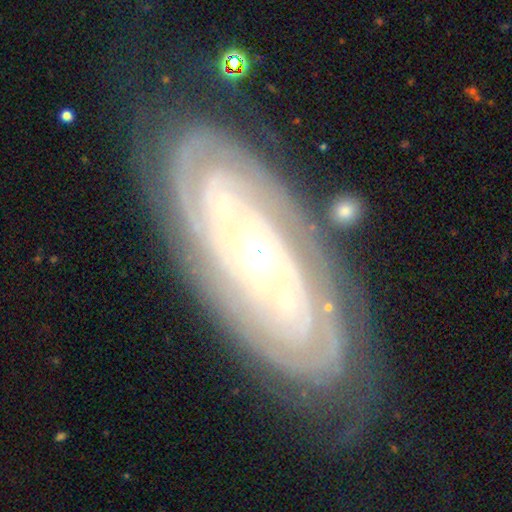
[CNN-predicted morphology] Q: Smooth or featured?
A: featured or disk (89%); runner-up: smooth (6%)
Q: Edge-on disk?
A: no (91%); runner-up: yes (9%)
Q: Bar?
A: no (70%); runner-up: weak (17%)
Q: Spiral arms?
A: yes (96%); runner-up: no (4%)
Q: Spiral winding?
A: tight (86%); runner-up: medium (12%)
Q: Spiral arm count?
A: can't tell (32%); runner-up: 2 (25%)
Q: Bulge size?
A: moderate (57%); runner-up: small (36%)
Q: Merging?
A: none (79%); runner-up: minor disturbance (14%)